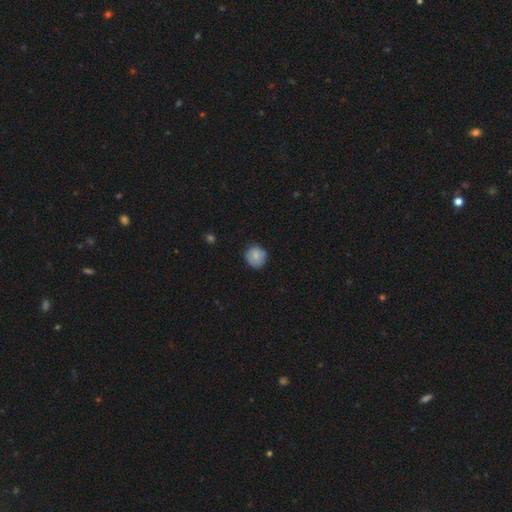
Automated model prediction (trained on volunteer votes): Smooth or featured? smooth (78%)
How rounded? round (86%)
Merging? none (77%)